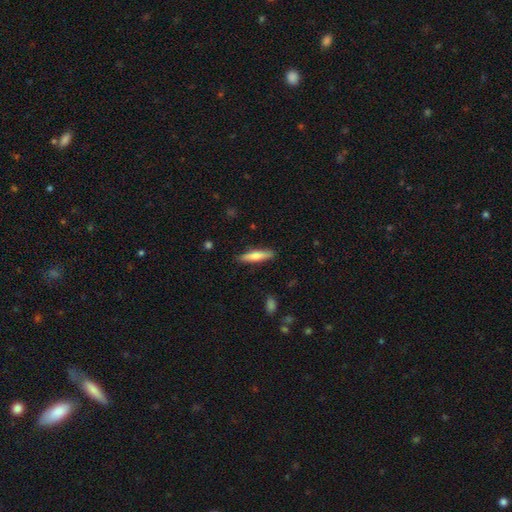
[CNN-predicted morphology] Q: Smooth or featured?
A: smooth (66%); runner-up: featured or disk (28%)
Q: How rounded?
A: cigar-shaped (79%); runner-up: in between (19%)
Q: Merging?
A: none (87%); runner-up: minor disturbance (9%)